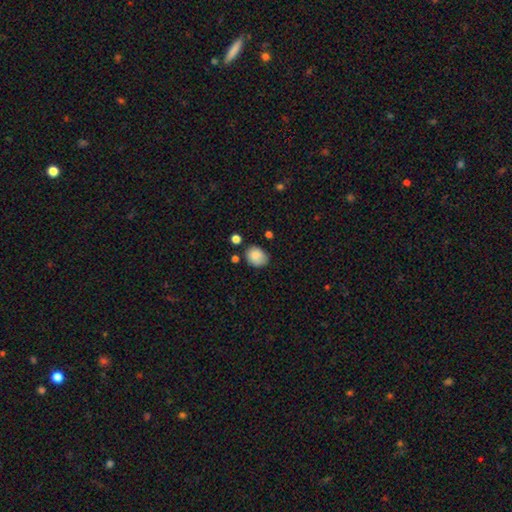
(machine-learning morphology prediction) smooth_or_featured: smooth (p=0.85) [alt: star or artifact p=0.08]
how_rounded: in between (p=0.55) [alt: round p=0.44]
merging: none (p=0.70) [alt: minor disturbance p=0.21]